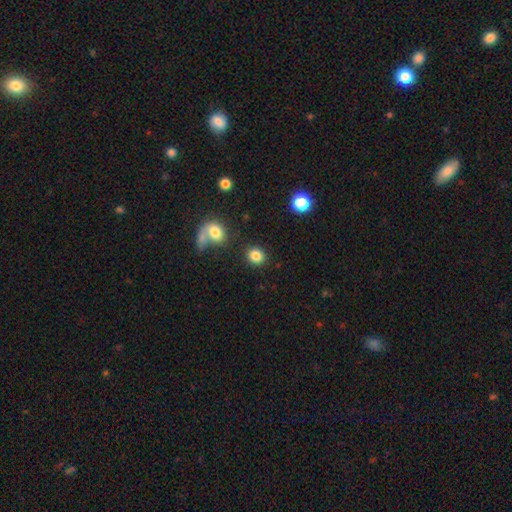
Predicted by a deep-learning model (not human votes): This appears to be a smooth galaxy with no disk features (84%) that is round (76%). Merging: none (84%).